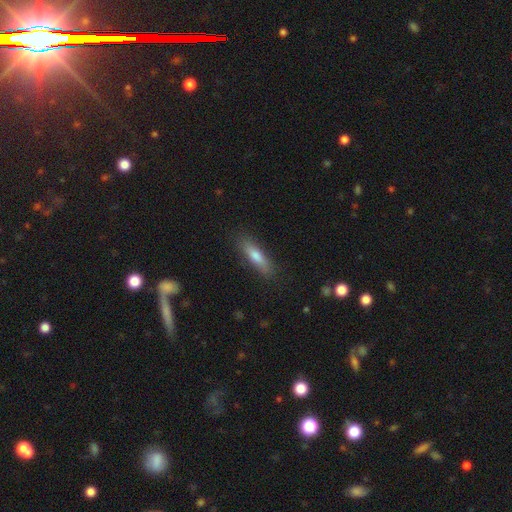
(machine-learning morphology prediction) Smooth or featured?
  - smooth: 65% *
  - featured or disk: 26%
  - star or artifact: 8%
How rounded?
  - cigar-shaped: 69% *
  - in between: 29%
  - round: 2%
Merging?
  - none: 84% *
  - minor disturbance: 11%
  - major disturbance: 3%
  - merger: 2%